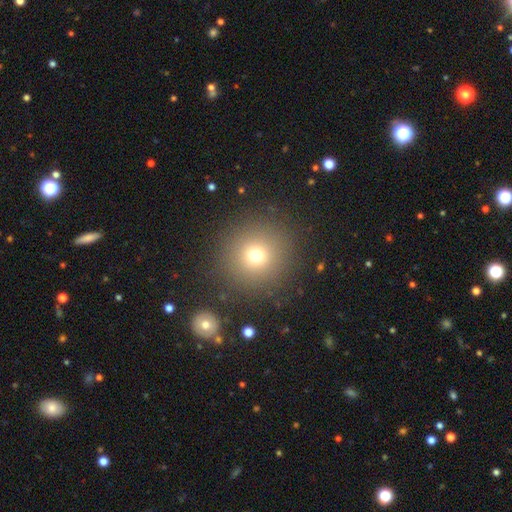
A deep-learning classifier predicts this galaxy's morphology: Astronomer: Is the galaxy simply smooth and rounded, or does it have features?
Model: smooth — 70%.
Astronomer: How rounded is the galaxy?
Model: round — 94%.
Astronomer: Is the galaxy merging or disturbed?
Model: none — 87%.